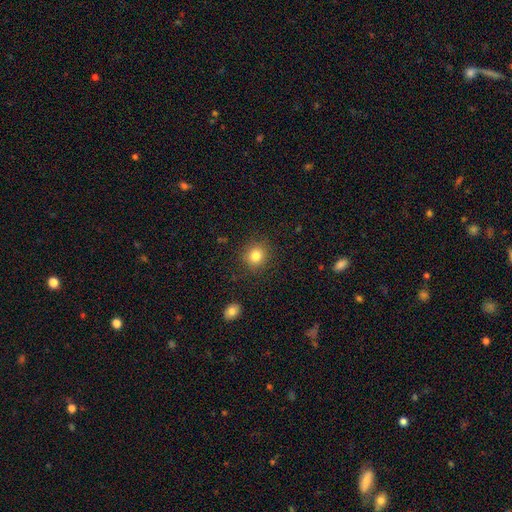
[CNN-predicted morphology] Smooth or featured: smooth — 82% (star or artifact — 12%)
How rounded: round — 87% (in between — 12%)
Merging: none — 88% (minor disturbance — 7%)